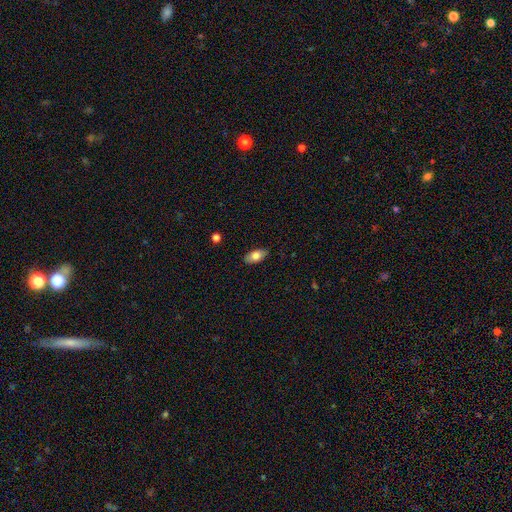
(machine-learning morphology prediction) Smooth or featured? smooth (78%)
How rounded? in between (91%)
Merging? none (87%)